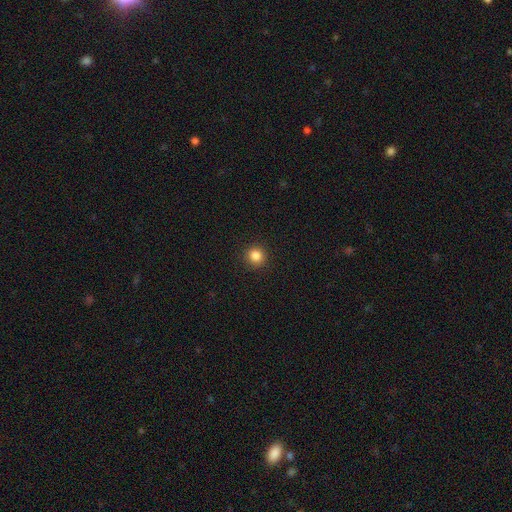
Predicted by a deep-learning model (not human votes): smooth_or_featured: smooth (p=0.85) [alt: star or artifact p=0.12]
how_rounded: round (p=0.94) [alt: in between p=0.05]
merging: none (p=0.93) [alt: minor disturbance p=0.05]